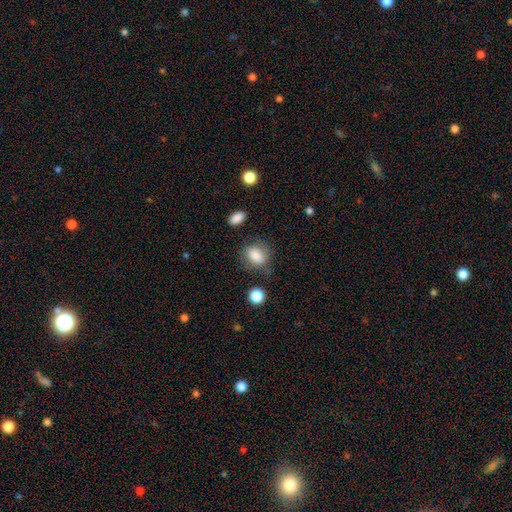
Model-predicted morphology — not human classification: Smooth or featured: smooth — 82% (featured or disk — 9%)
How rounded: in between — 60% (round — 39%)
Merging: none — 66% (minor disturbance — 20%)